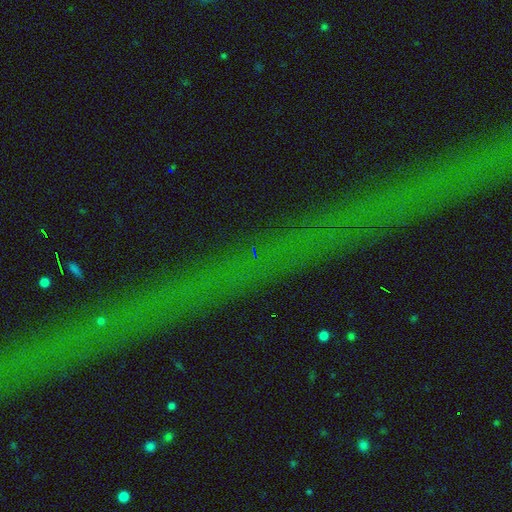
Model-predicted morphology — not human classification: smooth_or_featured: star or artifact (p=0.76) [alt: featured or disk p=0.16]